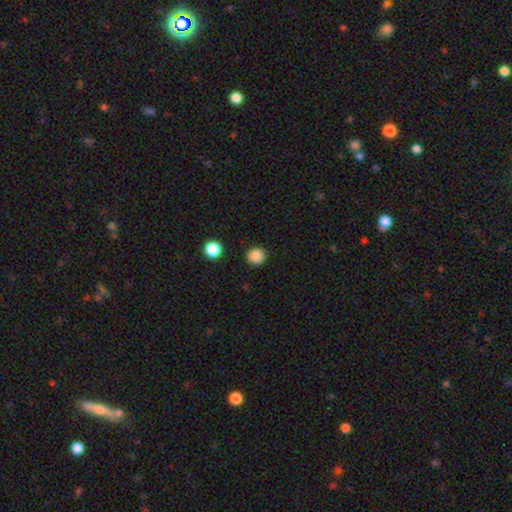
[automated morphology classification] This is clearly a smooth galaxy (86%). How rounded: clearly round (93%). Merging: clearly none (89%).